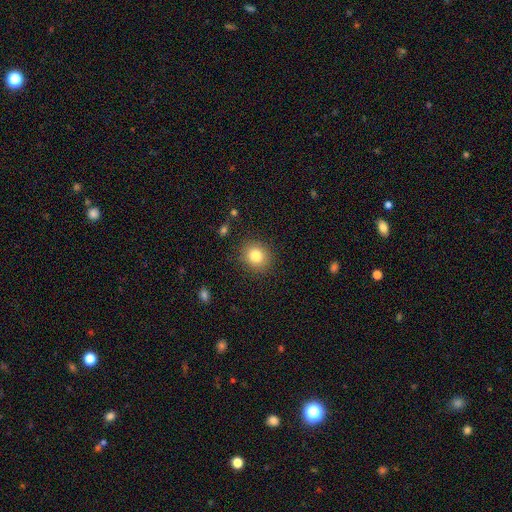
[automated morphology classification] Smooth or featured? smooth (82%)
How rounded? round (78%)
Merging? none (88%)